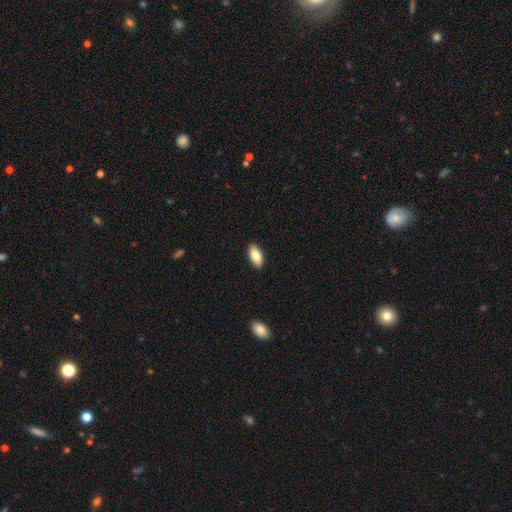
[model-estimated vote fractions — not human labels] A smooth galaxy with no disk features (83%) that is in between round and cigar-shaped (87%).

Vote fractions:
- Smooth or featured? smooth: 83% / featured or disk: 11% / star or artifact: 6%
- How rounded? in between: 87% / cigar-shaped: 10% / round: 2%
- Merging? none: 89% / minor disturbance: 8% / major disturbance: 2% / merger: 1%